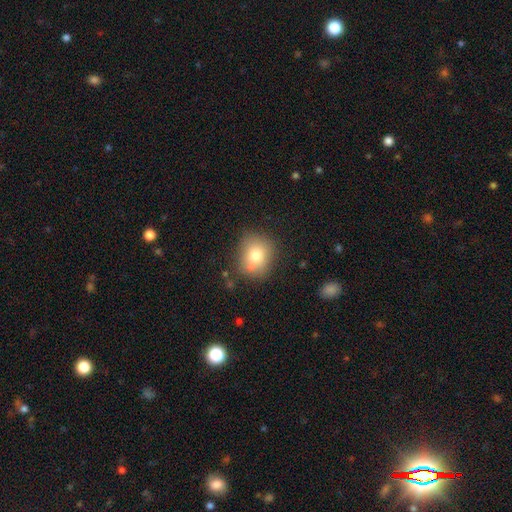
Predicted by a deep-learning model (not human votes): A smooth galaxy with no disk features (75%) that is round (72%). Merging: none (68%).